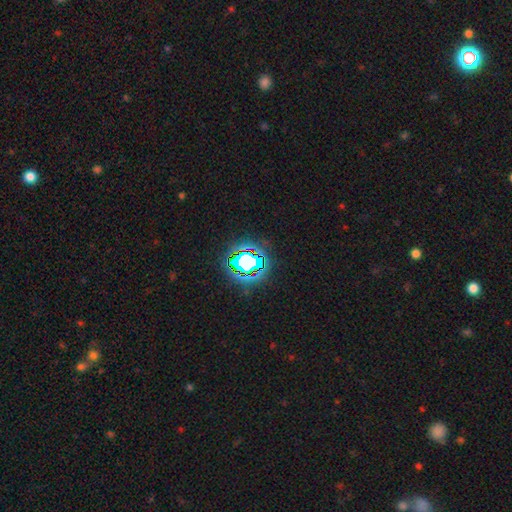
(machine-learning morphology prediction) smooth_or_featured: star or artifact (p=0.80) [alt: smooth p=0.12]